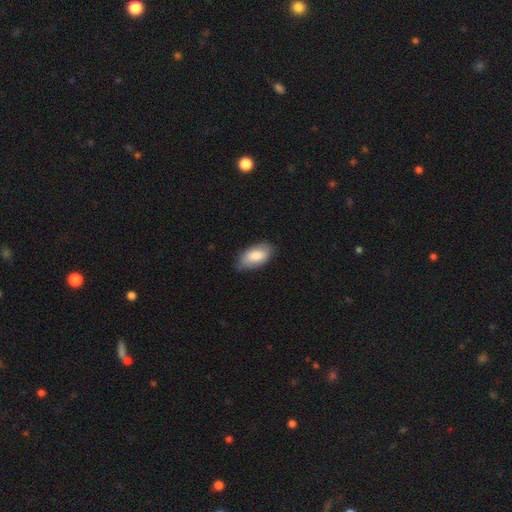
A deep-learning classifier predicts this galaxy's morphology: smooth-or-featured: smooth: 84% | featured or disk: 11% | star or artifact: 6%
  how-rounded: in between: 94% | cigar-shaped: 4% | round: 3%
  merging: none: 74% | minor disturbance: 21% | major disturbance: 3% | merger: 1%